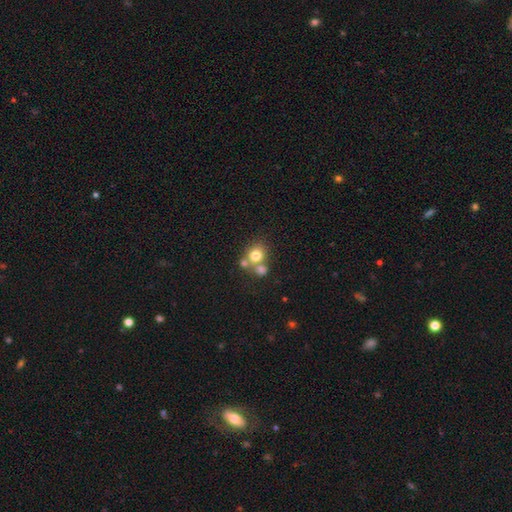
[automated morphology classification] This appears to be a smooth galaxy with no disk features (75%) that is round (78%). Merging: none (48%).